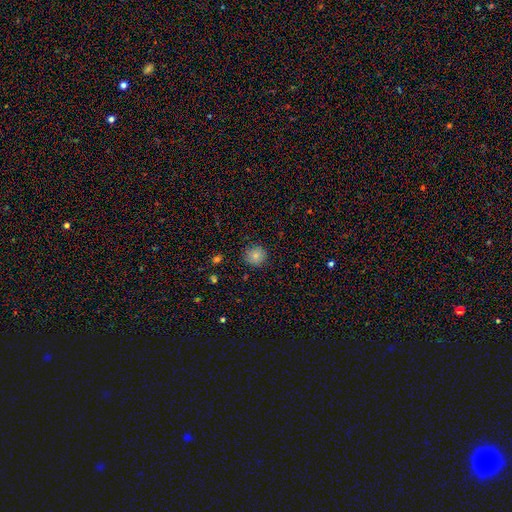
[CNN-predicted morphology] This is clearly a smooth galaxy (82%). How rounded: clearly round (93%). Merging: clearly none (88%).